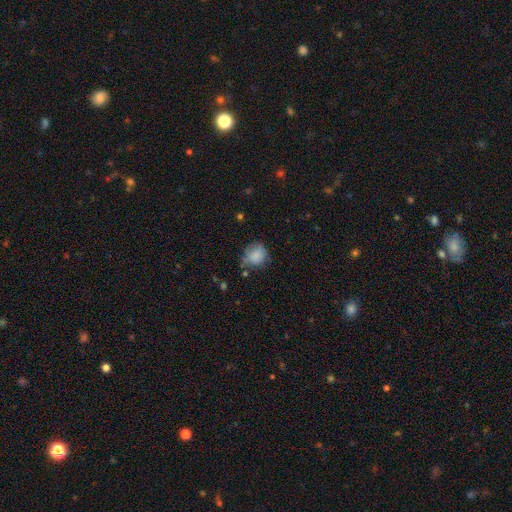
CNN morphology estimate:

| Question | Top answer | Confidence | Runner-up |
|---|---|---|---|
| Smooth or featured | smooth | 80% | featured or disk (11%) |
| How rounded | round | 74% | in between (25%) |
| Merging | none | 59% | minor disturbance (28%) |